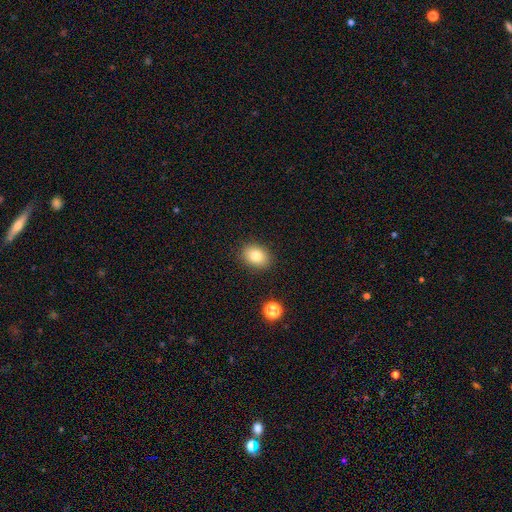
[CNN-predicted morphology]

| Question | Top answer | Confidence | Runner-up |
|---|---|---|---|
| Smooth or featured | smooth | 83% | star or artifact (10%) |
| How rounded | in between | 63% | round (36%) |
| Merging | none | 88% | minor disturbance (8%) |